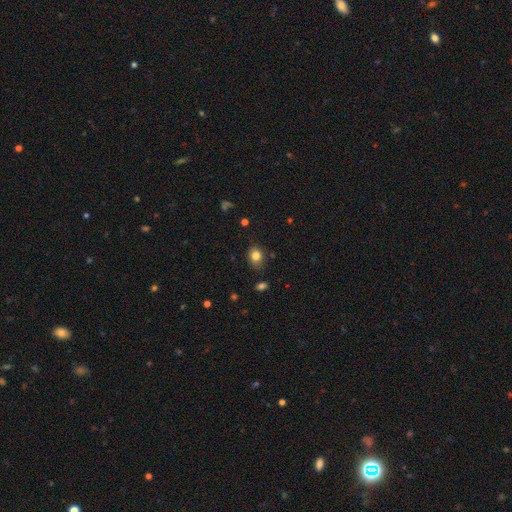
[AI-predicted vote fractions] Smooth or featured: smooth — 82% (star or artifact — 11%)
How rounded: in between — 53% (round — 46%)
Merging: none — 77% (minor disturbance — 17%)